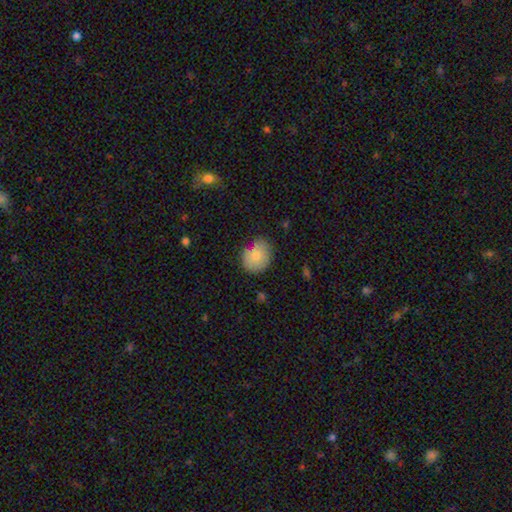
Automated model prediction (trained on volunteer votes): A smooth galaxy with no disk features (77%) that is round (57%).

Vote fractions:
- Smooth or featured? smooth: 77% / featured or disk: 15% / star or artifact: 8%
- How rounded? round: 57% / in between: 42% / cigar-shaped: 1%
- Merging? none: 68% / minor disturbance: 24% / major disturbance: 5% / merger: 3%